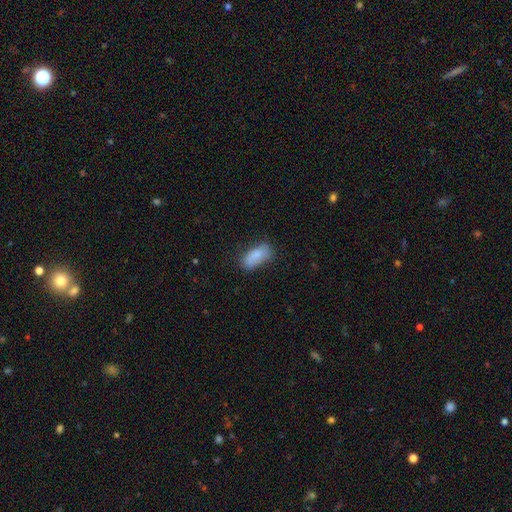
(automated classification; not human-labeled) A smooth galaxy with no disk features (84%) that is in between round and cigar-shaped (89%).

Vote fractions:
- Smooth or featured? smooth: 84% / featured or disk: 9% / star or artifact: 7%
- How rounded? in between: 89% / cigar-shaped: 9% / round: 3%
- Merging? none: 66% / minor disturbance: 25% / major disturbance: 6% / merger: 3%